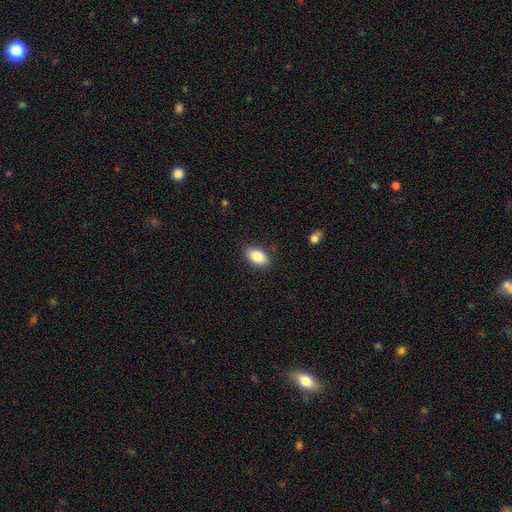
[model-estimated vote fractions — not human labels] Smooth or featured? smooth (85%)
How rounded? in between (91%)
Merging? none (86%)